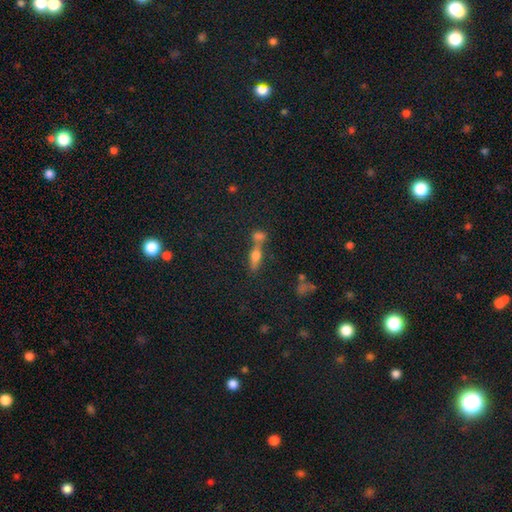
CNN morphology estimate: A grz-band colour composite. It shows a smooth galaxy with no disk features (53%) that is cigar-shaped (49%). Merging: none (42%, tied with merger).